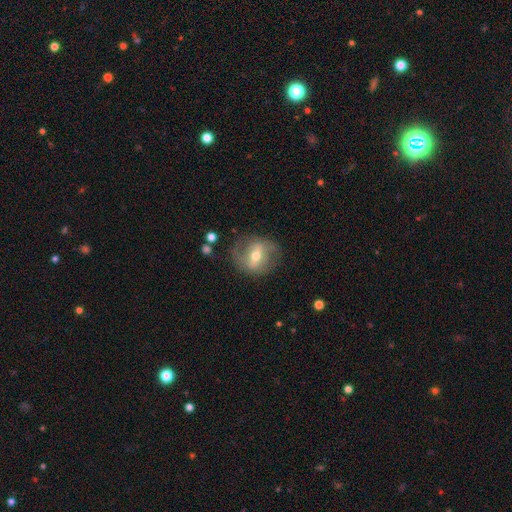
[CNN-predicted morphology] Overall: featured or disk (66%; smooth 26%). Edge-on disk: no (91%). Bar: strong (49%; weak 36%). Spiral arms: yes (54%; no 46%). Bulge size: moderate (65%; small 29%). Merging: none (74%).